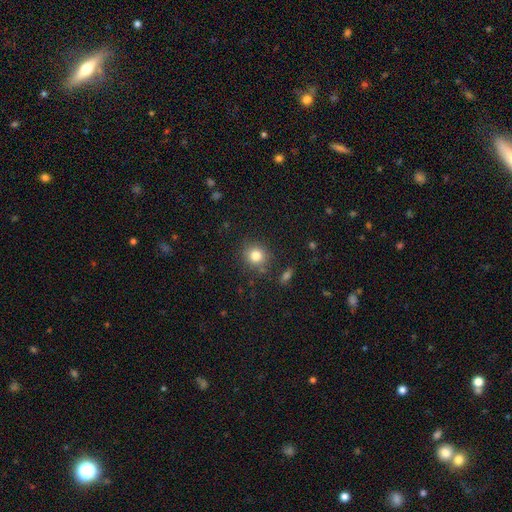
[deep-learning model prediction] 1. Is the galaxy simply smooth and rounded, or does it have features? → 80% smooth, 12% star or artifact, 8% featured or disk.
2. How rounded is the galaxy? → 87% round, 12% in between, 1% cigar-shaped.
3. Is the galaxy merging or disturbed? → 84% none, 10% minor disturbance, 4% merger, 3% major disturbance.